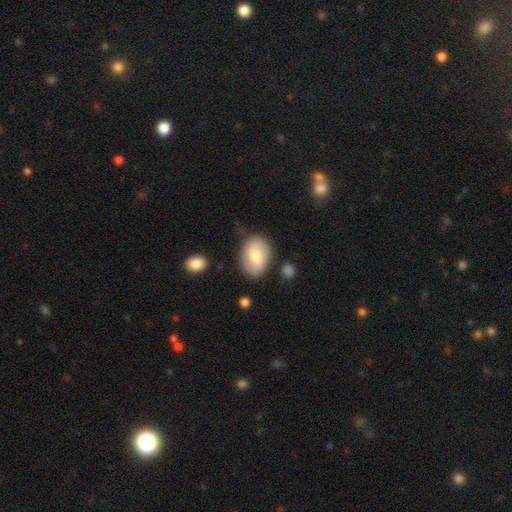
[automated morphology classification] Smooth or featured: smooth — 54% (featured or disk — 40%)
How rounded: in between — 76% (round — 23%)
Merging: none — 77% (minor disturbance — 15%)